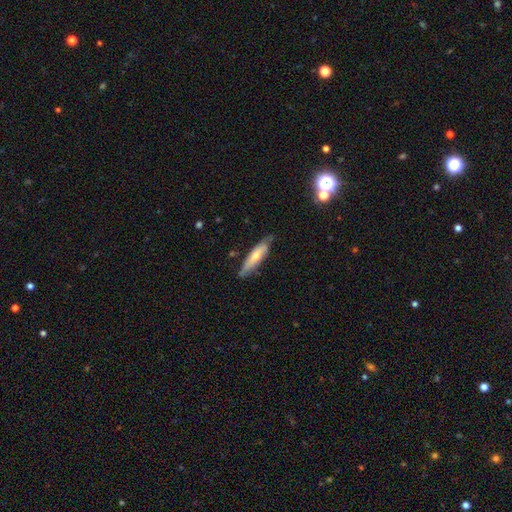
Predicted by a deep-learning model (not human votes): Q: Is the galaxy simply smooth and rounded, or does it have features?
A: smooth — 55%.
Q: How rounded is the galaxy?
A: cigar-shaped — 68%.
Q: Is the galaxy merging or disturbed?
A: none — 67%.